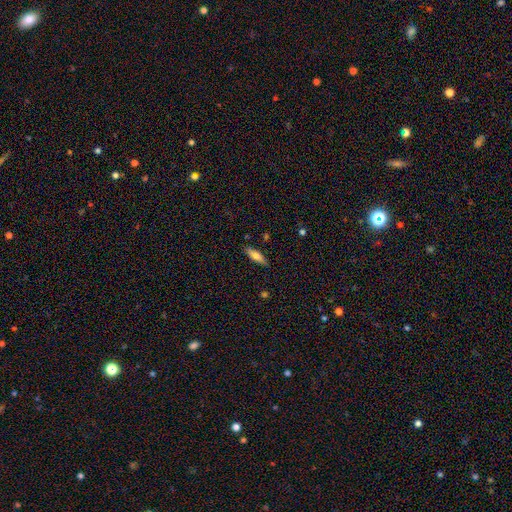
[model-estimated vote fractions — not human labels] smooth 68%, featured or disk 25%, star or artifact 7%. Down the decision tree: how rounded — cigar-shaped (60%); merging — none (86%).